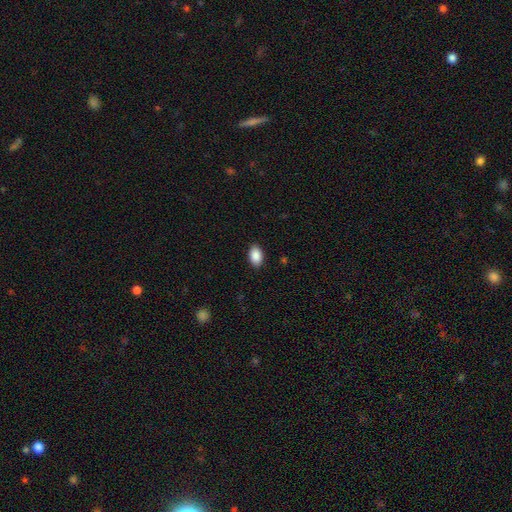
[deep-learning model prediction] This appears to be a smooth galaxy with no disk features (89%) that is in between round and cigar-shaped (90%). Merging: none (88%).